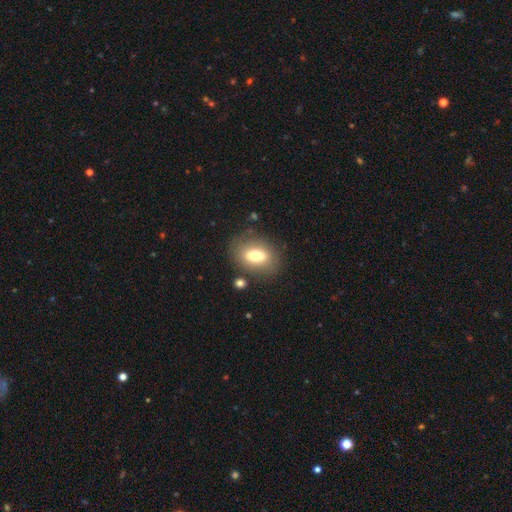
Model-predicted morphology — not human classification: Smooth or featured?
  - smooth: 72% *
  - featured or disk: 20%
  - star or artifact: 8%
How rounded?
  - in between: 80% *
  - round: 16%
  - cigar-shaped: 4%
Merging?
  - none: 80% *
  - minor disturbance: 11%
  - major disturbance: 5%
  - merger: 4%